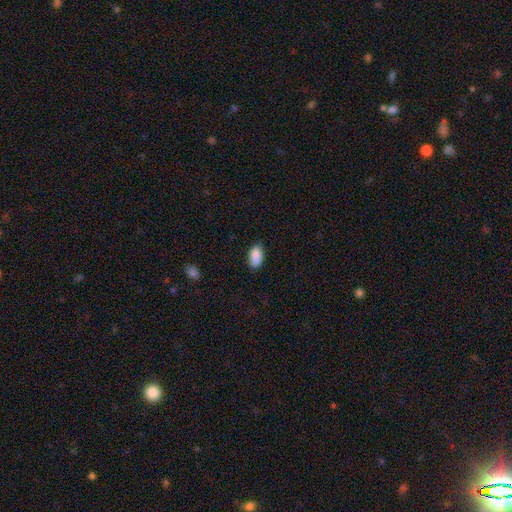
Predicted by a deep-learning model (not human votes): This is clearly a smooth galaxy (88%). How rounded: clearly in between (94%). Merging: likely none (78%).